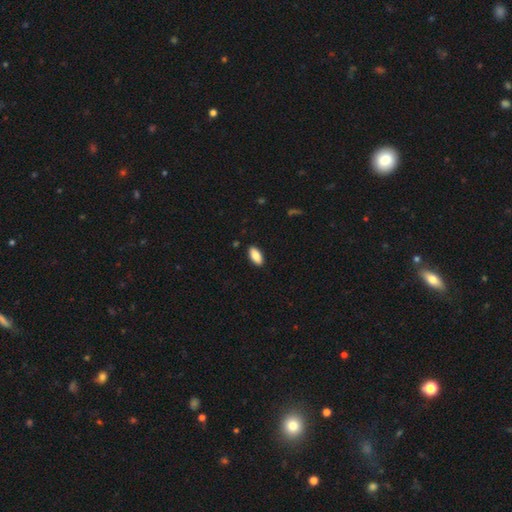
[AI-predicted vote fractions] Smooth or featured: smooth — 86% (featured or disk — 7%)
How rounded: in between — 89% (cigar-shaped — 9%)
Merging: none — 90% (minor disturbance — 8%)